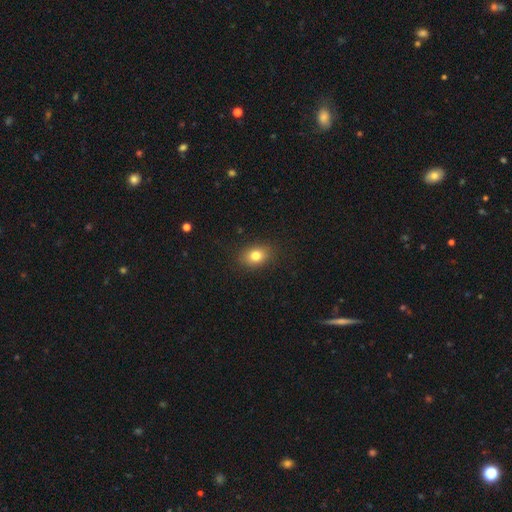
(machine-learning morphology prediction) Smooth or featured? Predicted: smooth (p=0.80). How rounded? Predicted: in between (p=0.66). Merging? Predicted: none (p=0.87).